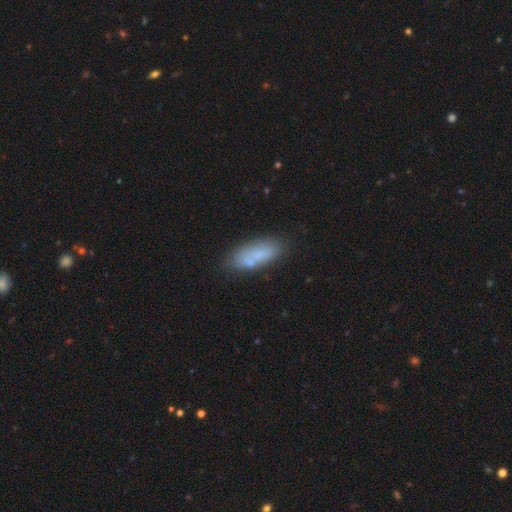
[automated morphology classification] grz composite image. It shows a smooth galaxy with no disk features (68%) that is in between round and cigar-shaped (74%). Merging: none (67%).